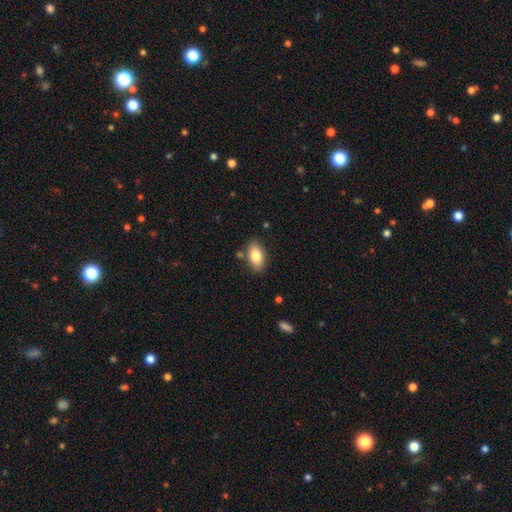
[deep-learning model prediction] The model was most divided on "merging": none: 82%, minor disturbance: 12%, merger: 4%, major disturbance: 3%. More confident: how rounded — in between (92%); smooth or featured — smooth (83%).